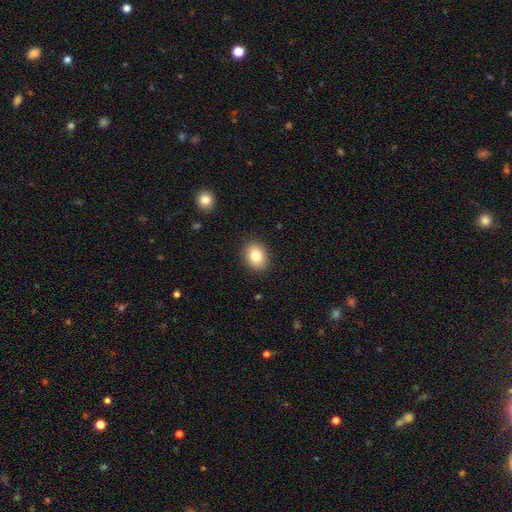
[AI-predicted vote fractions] Smooth or featured: smooth — 81% (featured or disk — 9%)
How rounded: round — 50% (in between — 49%)
Merging: none — 89% (minor disturbance — 8%)